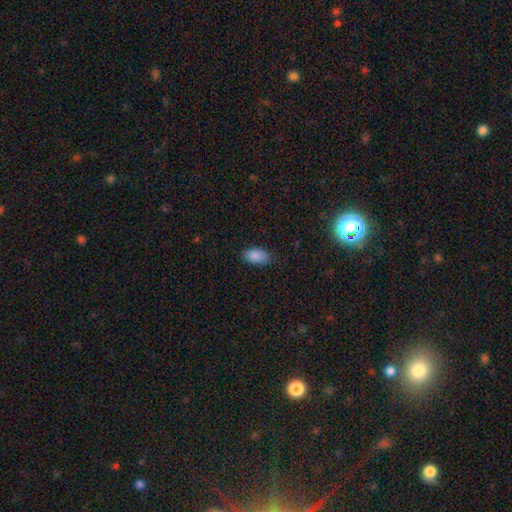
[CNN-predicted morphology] type=smooth (88%); roundness=in between (93%); merging=none (82%).